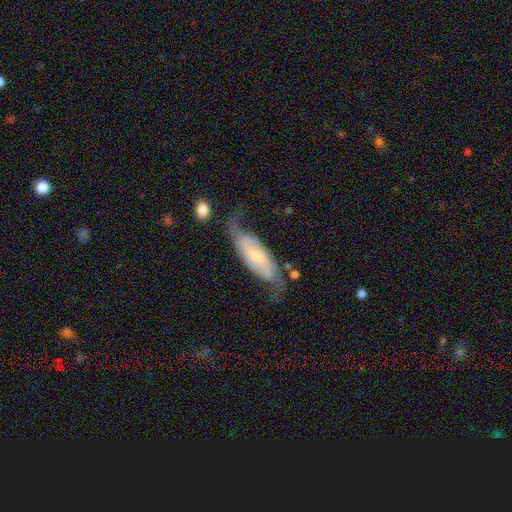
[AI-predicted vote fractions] Q: Smooth or featured?
A: featured or disk (76%); runner-up: smooth (18%)
Q: Edge-on disk?
A: no (90%); runner-up: yes (10%)
Q: Bar?
A: weak (40%); runner-up: no (37%)
Q: Spiral arms?
A: yes (94%); runner-up: no (6%)
Q: Spiral winding?
A: loose (44%); runner-up: medium (38%)
Q: Spiral arm count?
A: 2 (88%); runner-up: can't tell (6%)
Q: Bulge size?
A: small (51%); runner-up: moderate (29%)
Q: Merging?
A: none (59%); runner-up: minor disturbance (22%)